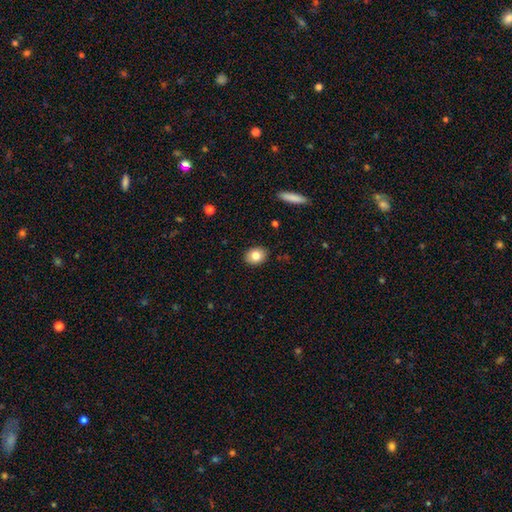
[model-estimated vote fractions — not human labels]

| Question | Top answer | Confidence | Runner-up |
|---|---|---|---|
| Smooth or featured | smooth | 81% | featured or disk (10%) |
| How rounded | in between | 63% | round (36%) |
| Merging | none | 89% | minor disturbance (8%) |